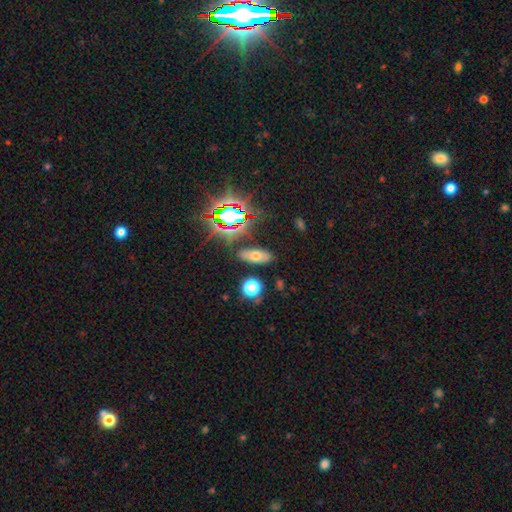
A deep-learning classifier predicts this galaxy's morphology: A smooth galaxy with no disk features (54%) that is in between round and cigar-shaped (76%).

Vote fractions:
- Smooth or featured? smooth: 54% / star or artifact: 26% / featured or disk: 20%
- How rounded? in between: 76% / cigar-shaped: 16% / round: 8%
- Merging? none: 84% / minor disturbance: 10% / merger: 3% / major disturbance: 3%